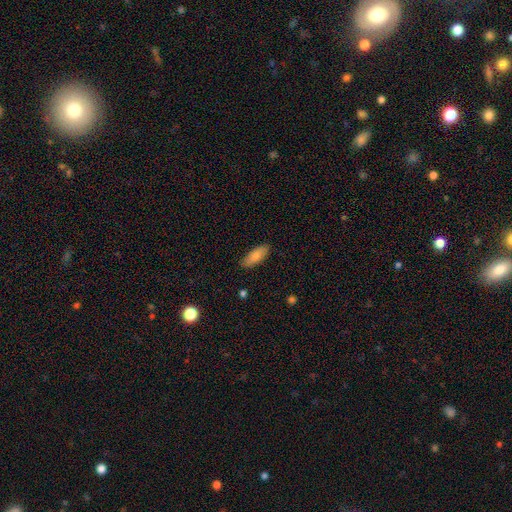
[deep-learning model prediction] smooth_or_featured: smooth (p=0.80) [alt: featured or disk p=0.14]
how_rounded: in between (p=0.73) [alt: cigar-shaped p=0.25]
merging: none (p=0.85) [alt: minor disturbance p=0.12]